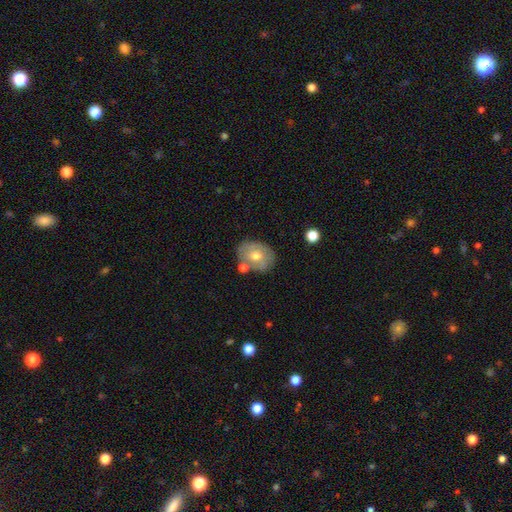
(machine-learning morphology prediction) Smooth or featured? Predicted: smooth (p=0.59). How rounded? Predicted: in between (p=0.57). Merging? Predicted: none (p=0.64).